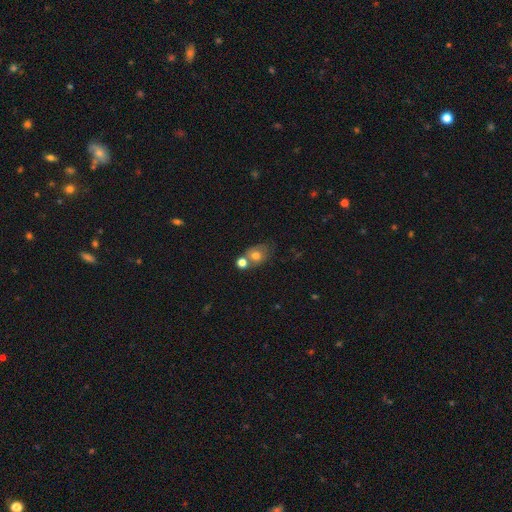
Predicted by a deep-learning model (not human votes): A smooth galaxy with no disk features (68%) that is in between round and cigar-shaped (61%). Merging: none (41%).